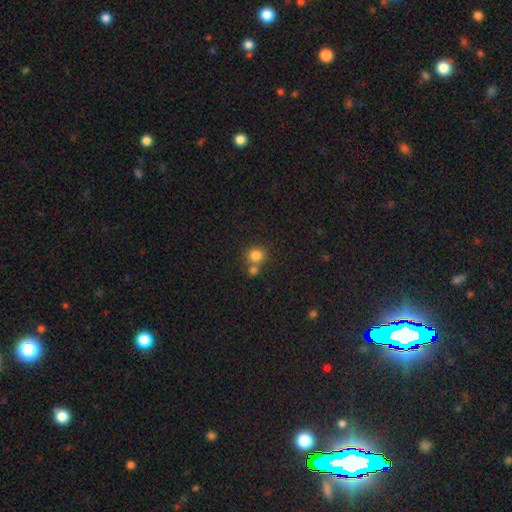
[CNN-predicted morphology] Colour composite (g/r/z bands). It shows a smooth galaxy with no disk features (82%) that is round (87%). Merging: none (54%).